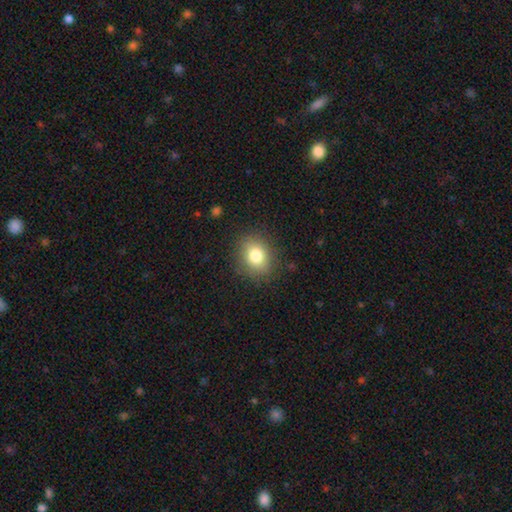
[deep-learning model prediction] Smooth or featured: smooth — 79% (star or artifact — 11%)
How rounded: round — 63% (in between — 36%)
Merging: none — 85% (minor disturbance — 10%)